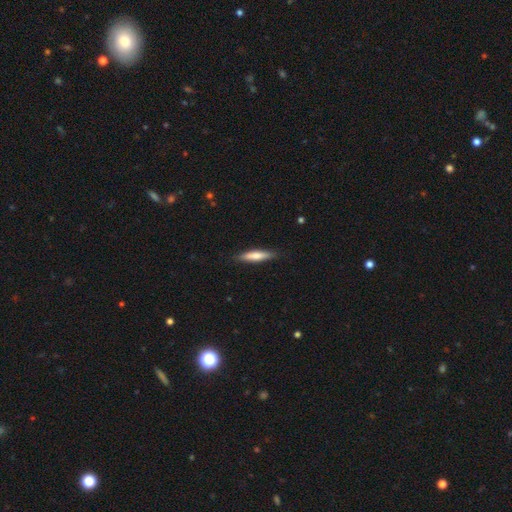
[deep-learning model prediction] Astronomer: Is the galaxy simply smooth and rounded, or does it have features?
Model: smooth — 69%.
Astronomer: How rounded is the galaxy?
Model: cigar-shaped — 82%.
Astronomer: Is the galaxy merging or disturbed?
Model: none — 87%.